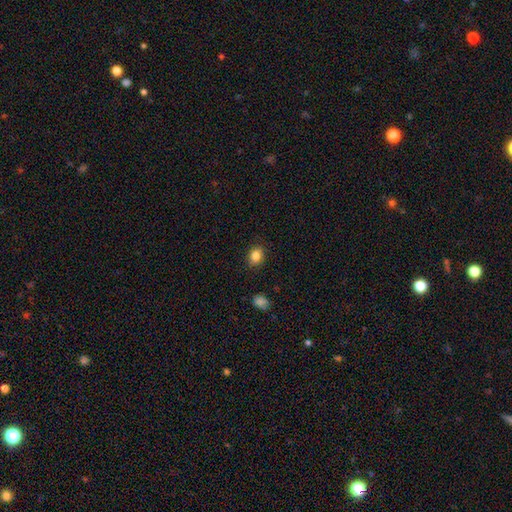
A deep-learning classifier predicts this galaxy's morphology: Overall: smooth (84%). How rounded: in between (54%; round 45%). Merging: none (87%).